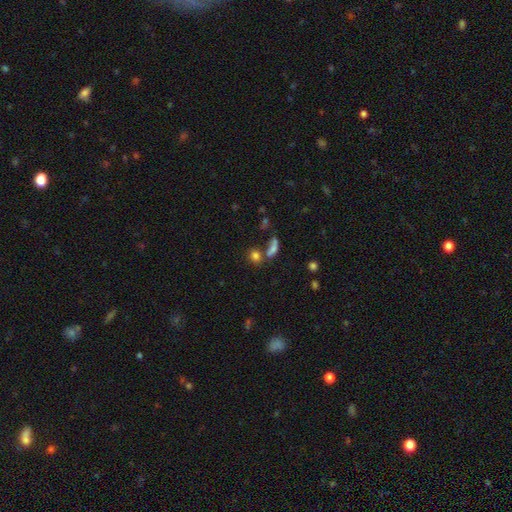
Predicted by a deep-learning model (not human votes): Q: Smooth or featured?
A: smooth (77%); runner-up: star or artifact (14%)
Q: How rounded?
A: round (57%); runner-up: in between (39%)
Q: Merging?
A: none (53%); runner-up: merger (31%)